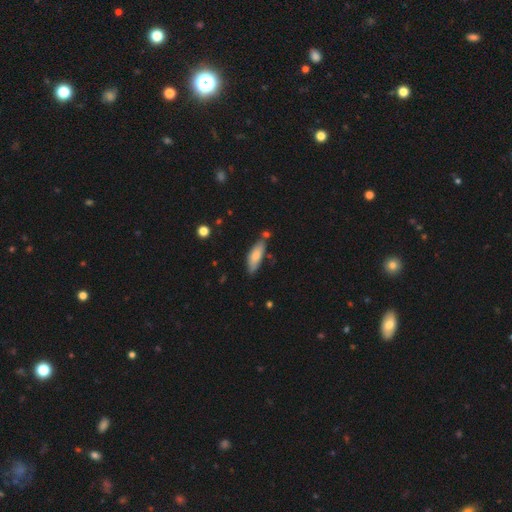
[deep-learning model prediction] This is likely a smooth galaxy (78%). How rounded: possibly in between (57%). Merging: likely none (67%).